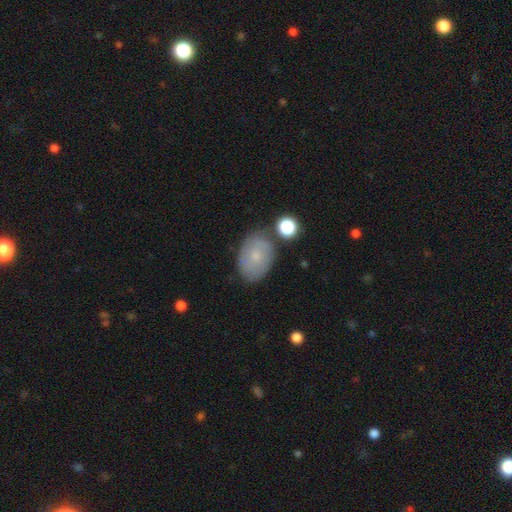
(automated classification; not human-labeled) Smooth or featured? Predicted: smooth (p=0.61). How rounded? Predicted: in between (p=0.82). Merging? Predicted: none (p=0.72).